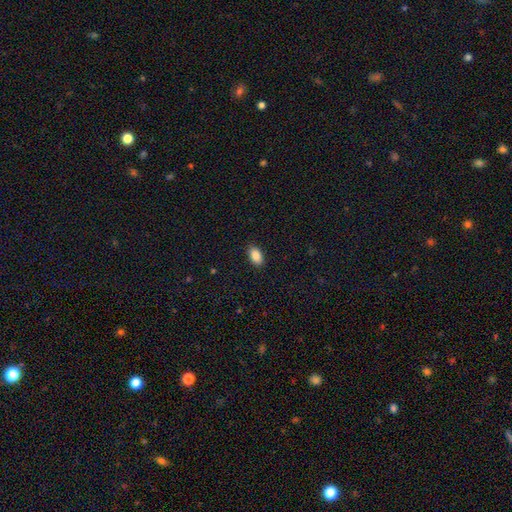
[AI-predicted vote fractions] This is clearly a smooth galaxy (89%). How rounded: clearly in between (93%). Merging: clearly none (89%).